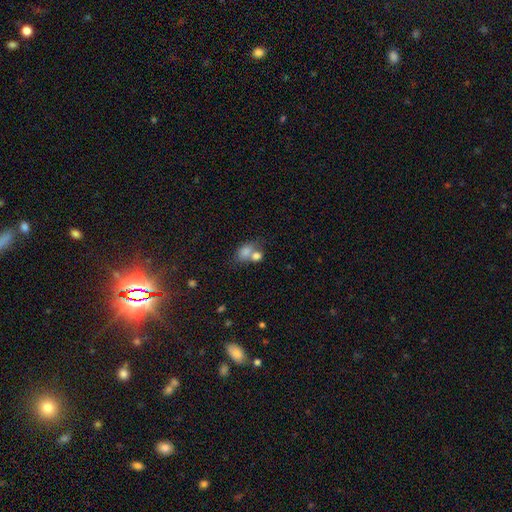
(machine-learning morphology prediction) Smooth or featured? smooth (77%)
How rounded? in between (61%)
Merging? merger (55%)